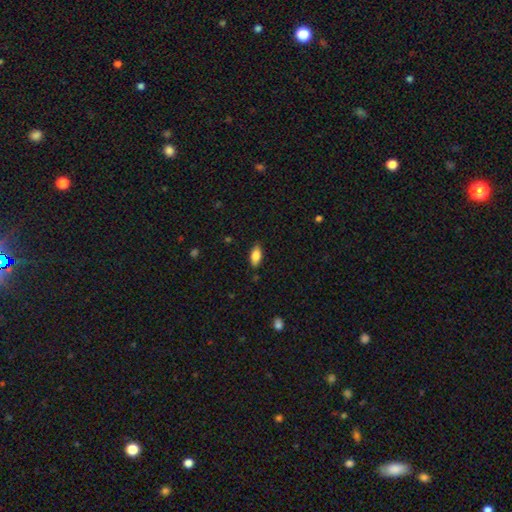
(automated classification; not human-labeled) Smooth or featured? Predicted: smooth (p=0.85). How rounded? Predicted: in between (p=0.89). Merging? Predicted: none (p=0.85).